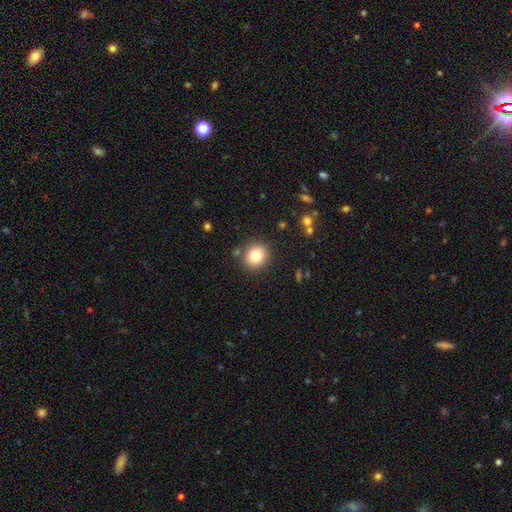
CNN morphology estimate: This appears to be a smooth galaxy with no disk features (80%) that is round (83%). Merging: none (87%).